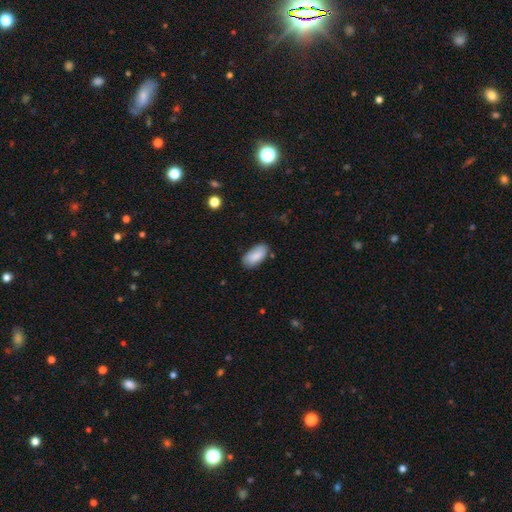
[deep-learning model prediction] This is clearly a smooth galaxy (87%). How rounded: clearly in between (93%). Merging: likely none (77%).